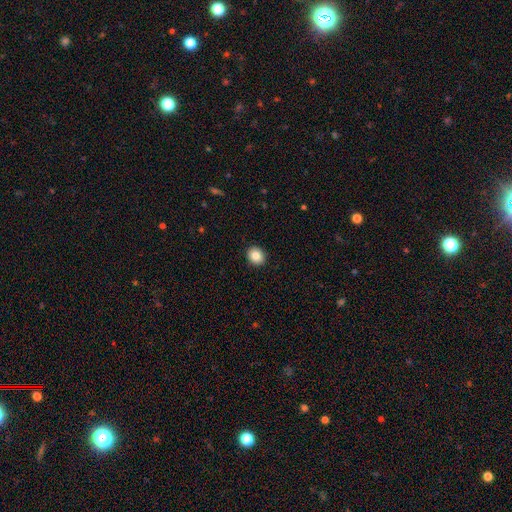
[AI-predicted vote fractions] The model was most divided on "how rounded": round: 73%, in between: 26%, cigar-shaped: 1%. More confident: merging — none (92%); smooth or featured — smooth (85%).